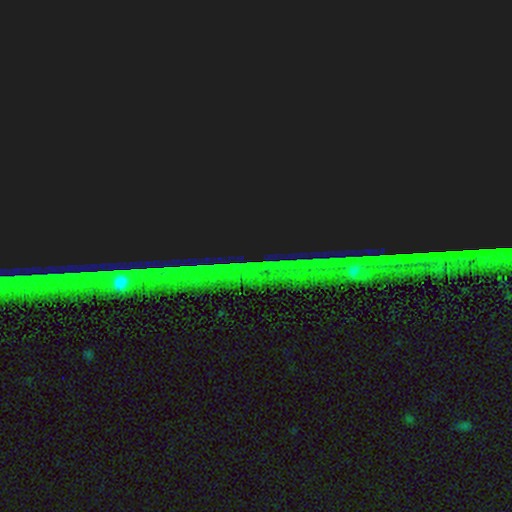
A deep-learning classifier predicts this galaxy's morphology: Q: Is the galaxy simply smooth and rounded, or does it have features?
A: star or artifact — 85%.